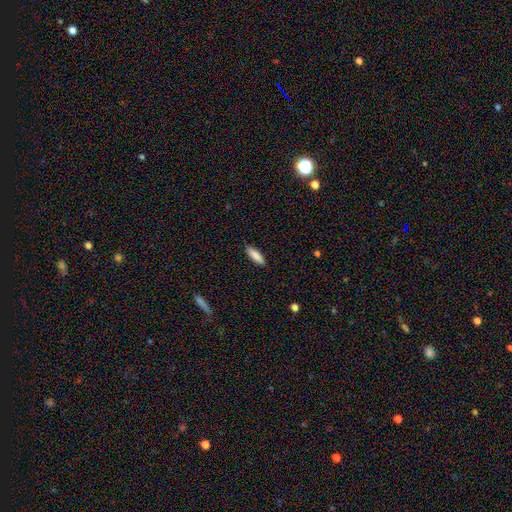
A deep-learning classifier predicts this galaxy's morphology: smooth 86%, featured or disk 8%, star or artifact 6%. Down the decision tree: how rounded — cigar-shaped (56%); merging — none (88%).